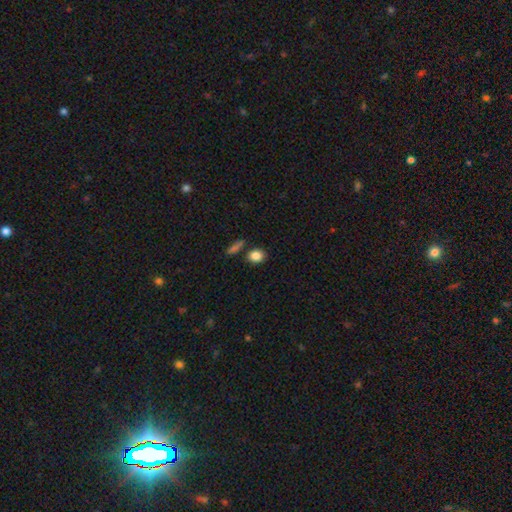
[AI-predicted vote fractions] A smooth galaxy with no disk features (86%) that is round (50%). Merging: none (77%).